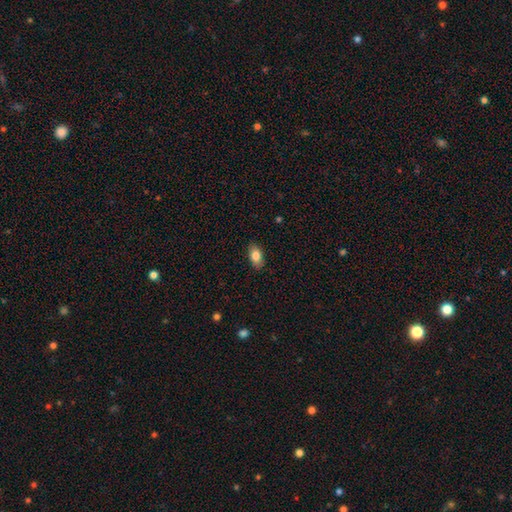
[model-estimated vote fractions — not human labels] Smooth or featured? smooth (83%)
How rounded? in between (90%)
Merging? none (88%)